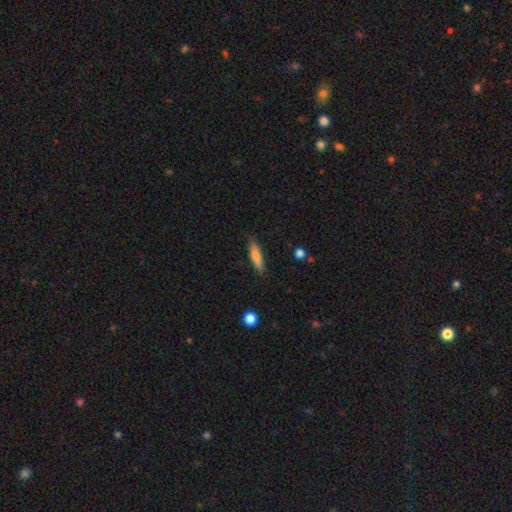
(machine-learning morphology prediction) The model was most divided on "how rounded": cigar-shaped: 76%, in between: 22%, round: 2%. More confident: merging — none (85%); smooth or featured — smooth (76%).